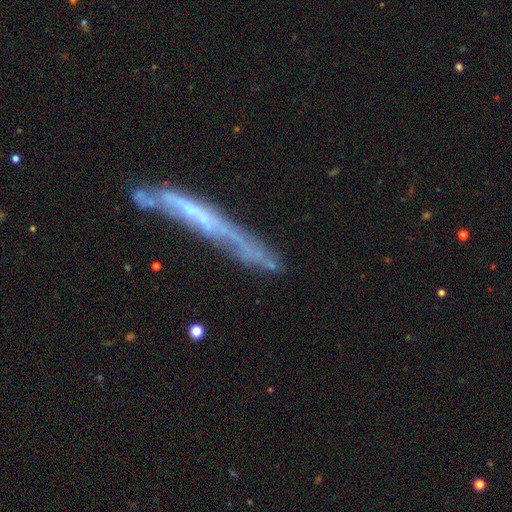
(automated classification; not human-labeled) Overall: featured or disk (62%; smooth 28%). Edge-on disk: yes (75%). Merging: none (58%; minor disturbance 22%).